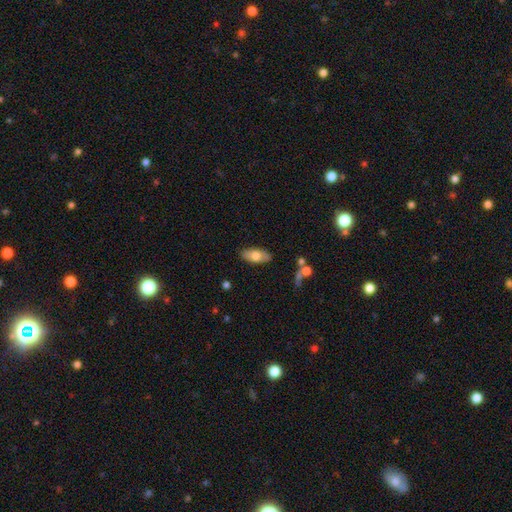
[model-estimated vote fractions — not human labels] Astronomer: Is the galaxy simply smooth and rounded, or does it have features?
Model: smooth — 71%.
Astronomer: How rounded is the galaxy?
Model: in between — 86%.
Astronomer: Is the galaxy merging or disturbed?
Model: none — 84%.